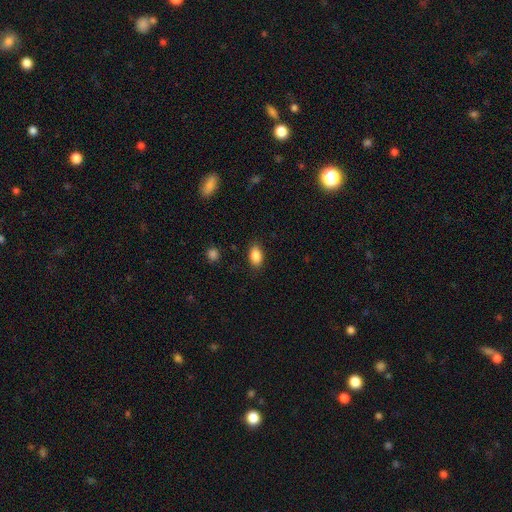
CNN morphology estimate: smooth_or_featured: smooth (p=0.87) [alt: star or artifact p=0.08]
how_rounded: in between (p=0.89) [alt: round p=0.08]
merging: none (p=0.86) [alt: minor disturbance p=0.10]